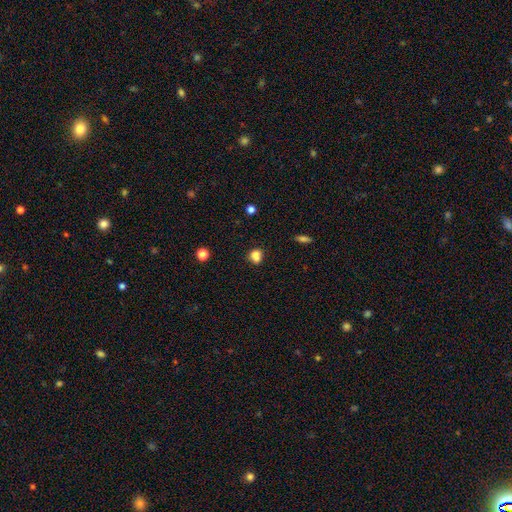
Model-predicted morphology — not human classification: smooth-or-featured: smooth: 81% | star or artifact: 12% | featured or disk: 6%
  how-rounded: round: 60% | in between: 38% | cigar-shaped: 1%
  merging: none: 63% | minor disturbance: 18% | merger: 14% | major disturbance: 5%